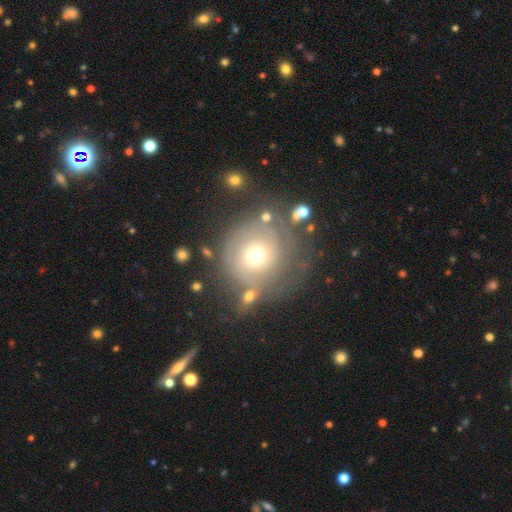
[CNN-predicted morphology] This appears to be a featured or disk galaxy (56%) with no bar (86%), spiral arms (68%) and a moderate central bulge (67%). Merging: none (61%).